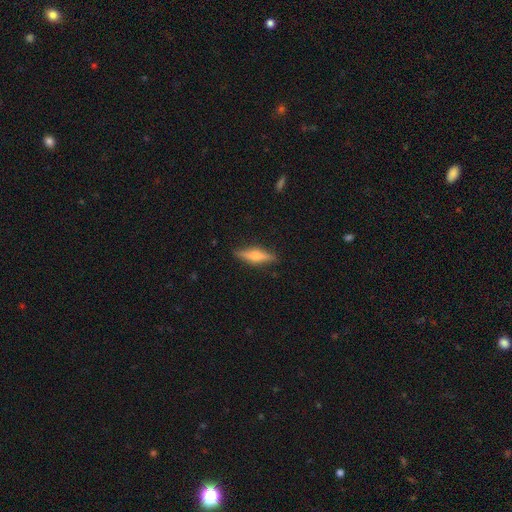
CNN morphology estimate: smooth_or_featured: smooth (p=0.48) [alt: featured or disk p=0.45]
merging: none (p=0.87) [alt: minor disturbance p=0.10]